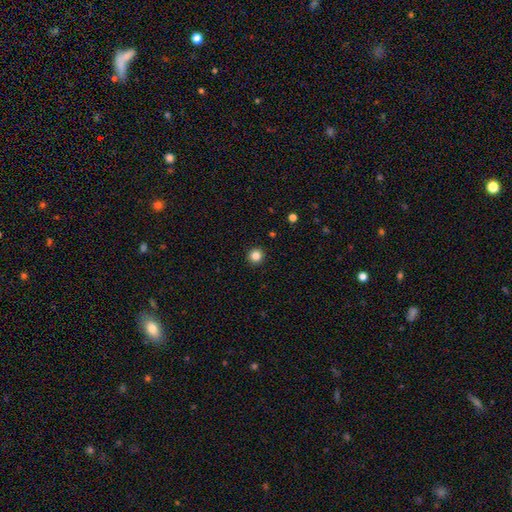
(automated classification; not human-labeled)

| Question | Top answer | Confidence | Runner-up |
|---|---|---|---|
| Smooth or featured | smooth | 84% | star or artifact (11%) |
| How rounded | round | 94% | in between (5%) |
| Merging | none | 93% | minor disturbance (4%) |